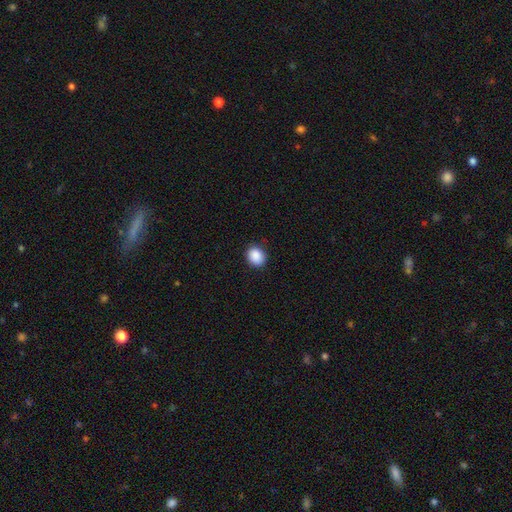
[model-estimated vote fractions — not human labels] Q: Smooth or featured?
A: smooth (89%); runner-up: star or artifact (8%)
Q: How rounded?
A: round (57%); runner-up: in between (42%)
Q: Merging?
A: none (89%); runner-up: minor disturbance (8%)